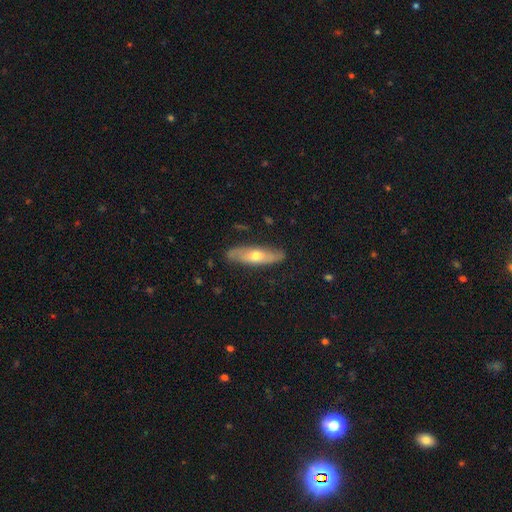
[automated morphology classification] smooth_or_featured: featured or disk (p=0.55) [alt: smooth p=0.38]
disk_edge_on: yes (p=0.52) [alt: no p=0.48]
merging: none (p=0.83) [alt: minor disturbance p=0.13]